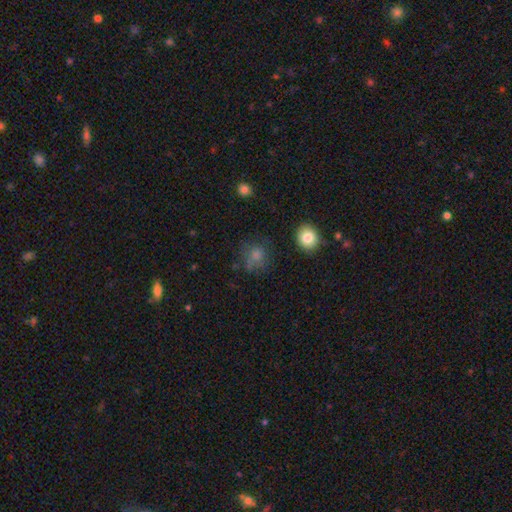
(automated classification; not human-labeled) Smooth or featured? Predicted: smooth (p=0.76). How rounded? Predicted: round (p=0.76). Merging? Predicted: none (p=0.58).